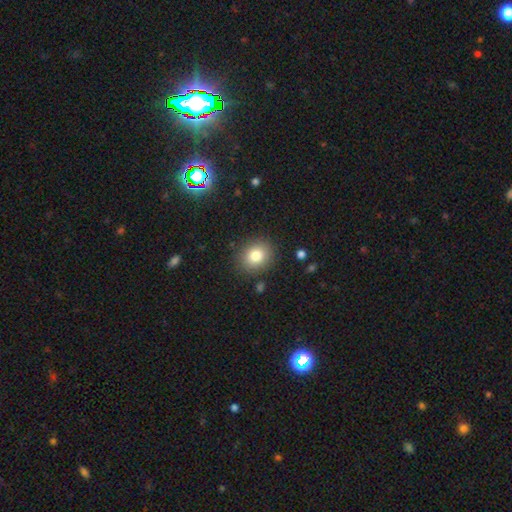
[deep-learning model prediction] Smooth or featured? Predicted: smooth (p=0.81). How rounded? Predicted: round (p=0.69). Merging? Predicted: none (p=0.87).